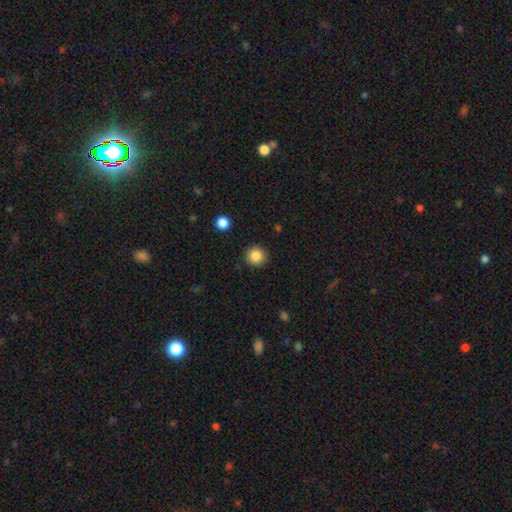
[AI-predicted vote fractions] Morphology: type=smooth (85%); roundness=round (93%); merging=none (91%).